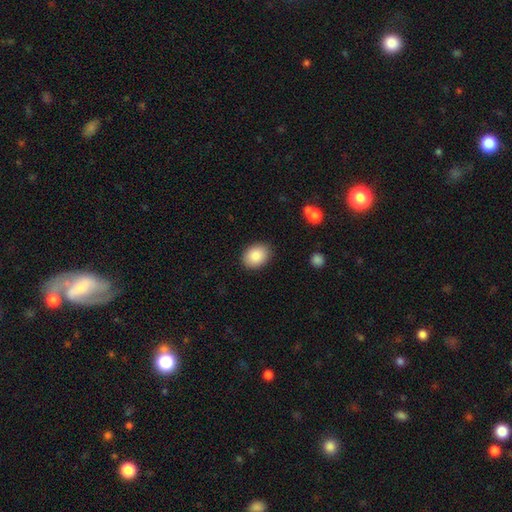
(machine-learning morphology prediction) smooth_or_featured: smooth (p=0.88) [alt: star or artifact p=0.07]
how_rounded: in between (p=0.66) [alt: round p=0.33]
merging: none (p=0.88) [alt: minor disturbance p=0.09]